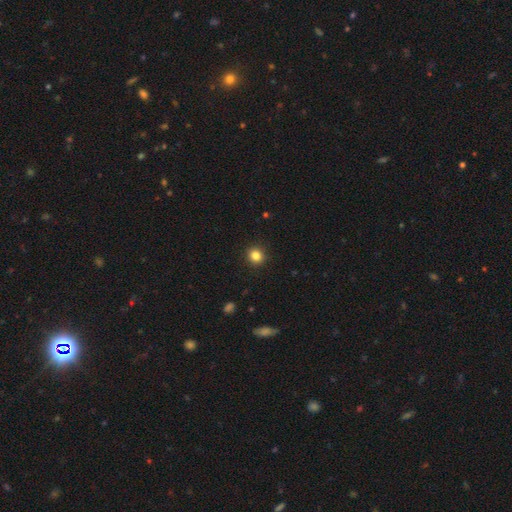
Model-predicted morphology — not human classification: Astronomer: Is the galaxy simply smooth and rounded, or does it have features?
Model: smooth — 84%.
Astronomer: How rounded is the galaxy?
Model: round — 90%.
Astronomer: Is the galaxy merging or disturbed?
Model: none — 92%.